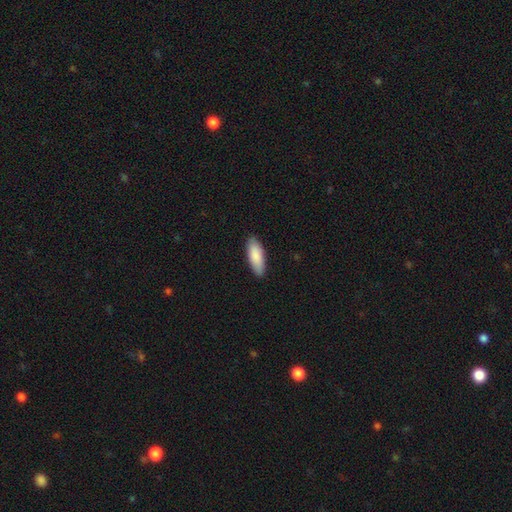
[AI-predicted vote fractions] This appears to be a smooth galaxy with no disk features (87%) that is in between round and cigar-shaped (67%). Merging: none (87%).